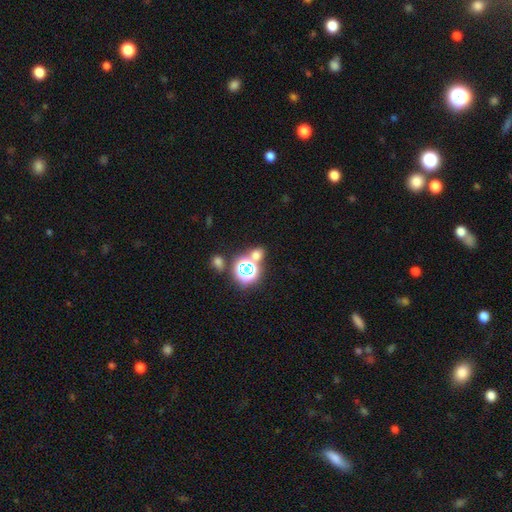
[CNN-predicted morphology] type=smooth (54%); roundness=round (70%); merging=none (58%).